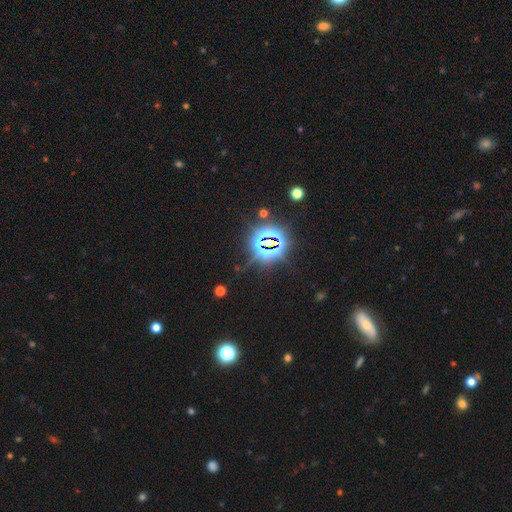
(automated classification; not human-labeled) This appears to be a star or artifact, not a galaxy (80%).